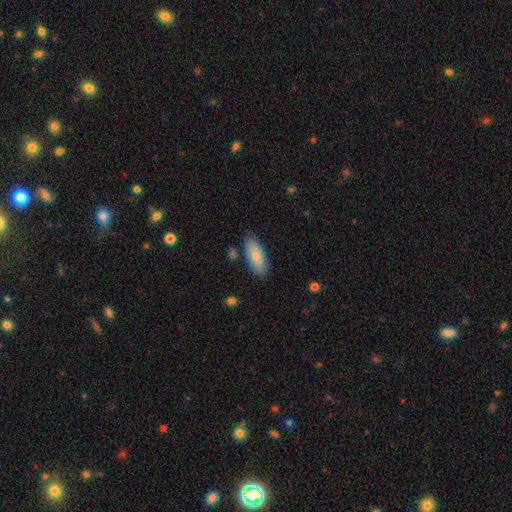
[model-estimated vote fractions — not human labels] Smooth or featured? smooth (82%)
How rounded? in between (79%)
Merging? none (80%)